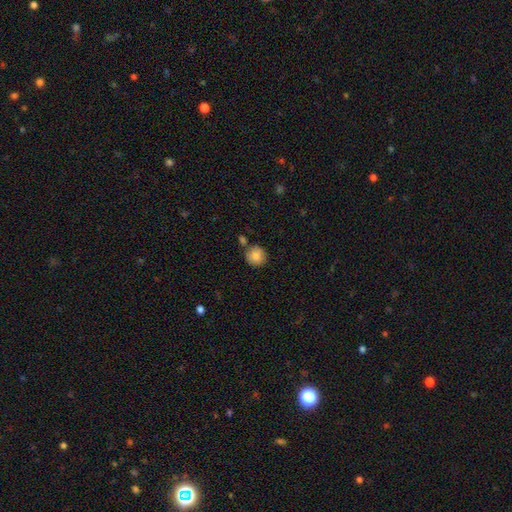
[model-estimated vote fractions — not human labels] smooth 85%, star or artifact 8%, featured or disk 7%. Down the decision tree: how rounded — round (92%); merging — none (76%).